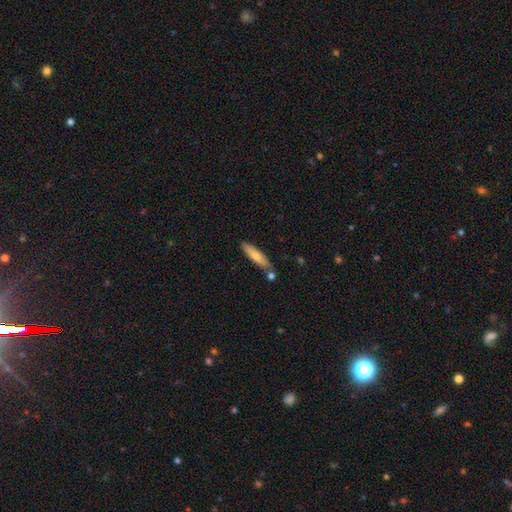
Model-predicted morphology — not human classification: A smooth galaxy with no disk features (69%) that is cigar-shaped (75%).

Vote fractions:
- Smooth or featured? smooth: 69% / featured or disk: 25% / star or artifact: 6%
- How rounded? cigar-shaped: 75% / in between: 23% / round: 2%
- Merging? none: 71% / minor disturbance: 15% / merger: 11% / major disturbance: 3%